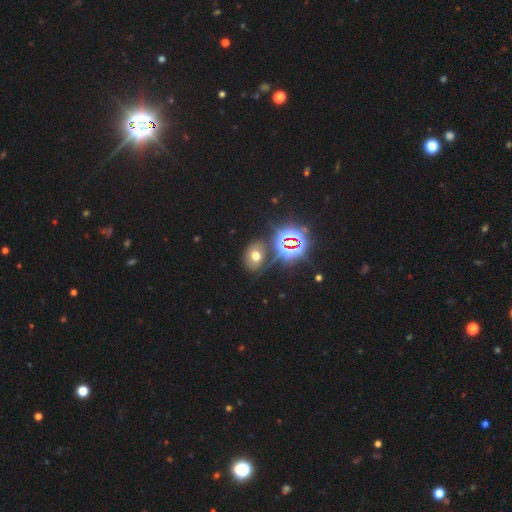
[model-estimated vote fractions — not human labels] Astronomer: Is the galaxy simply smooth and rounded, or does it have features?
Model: smooth — 49% (runner-up: star or artifact, 35%).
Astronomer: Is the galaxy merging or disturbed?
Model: none — 74%.